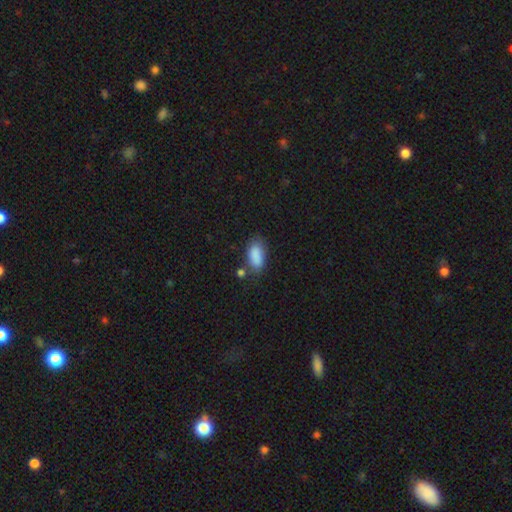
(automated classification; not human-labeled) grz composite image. It shows a smooth galaxy with no disk features (86%) that is in between round and cigar-shaped (91%). Merging: none (61%).